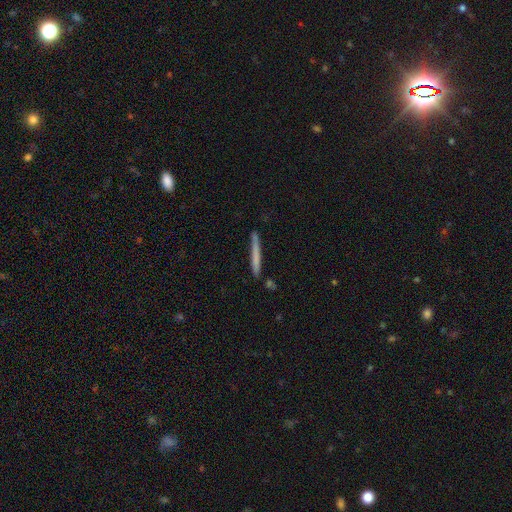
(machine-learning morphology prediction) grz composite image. It shows a smooth galaxy with no disk features (63%) that is cigar-shaped (97%). Merging: none (84%).